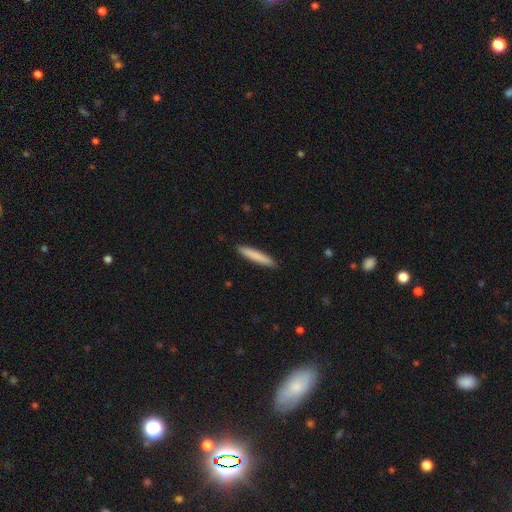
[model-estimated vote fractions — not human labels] Smooth or featured: smooth — 82% (featured or disk — 13%)
How rounded: cigar-shaped — 94% (in between — 5%)
Merging: none — 91% (minor disturbance — 6%)